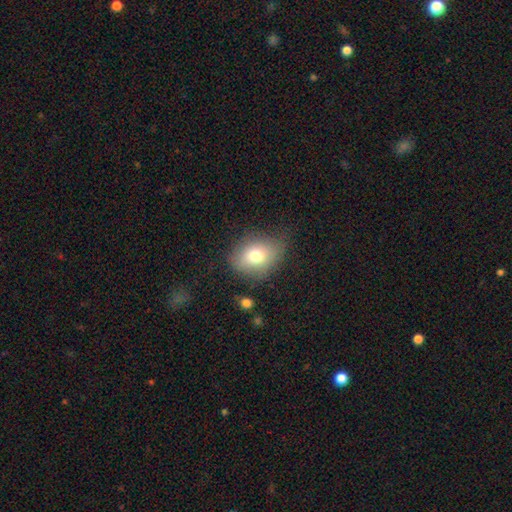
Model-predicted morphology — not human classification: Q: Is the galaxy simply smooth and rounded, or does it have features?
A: smooth — 73%.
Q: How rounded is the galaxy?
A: in between — 60%.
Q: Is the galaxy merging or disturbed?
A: none — 67%.